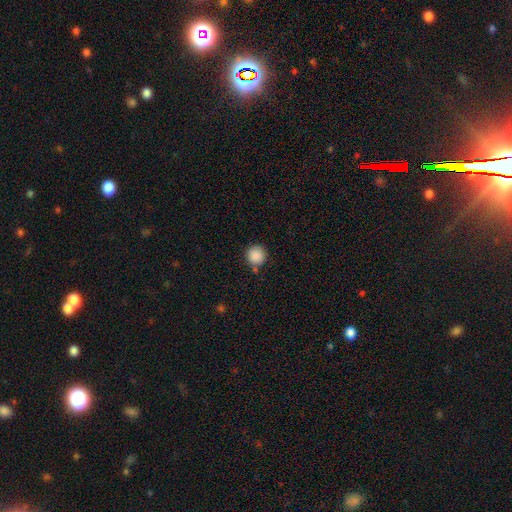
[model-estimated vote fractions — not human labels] Smooth or featured? smooth (88%)
How rounded? round (95%)
Merging? none (81%)